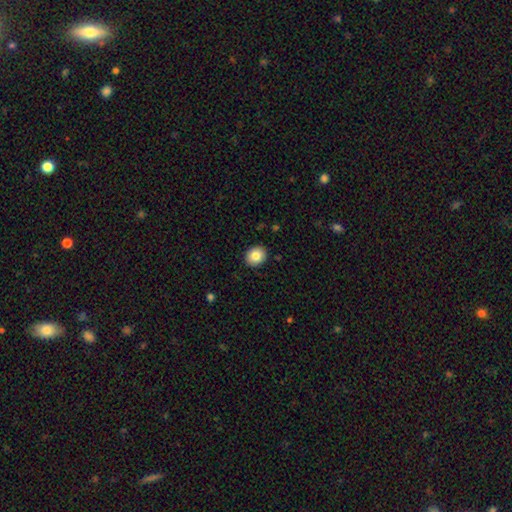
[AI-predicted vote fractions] Smooth or featured?
  - smooth: 83% *
  - star or artifact: 9%
  - featured or disk: 8%
How rounded?
  - round: 65% *
  - in between: 34%
  - cigar-shaped: 1%
Merging?
  - none: 91% *
  - minor disturbance: 7%
  - major disturbance: 2%
  - merger: 1%